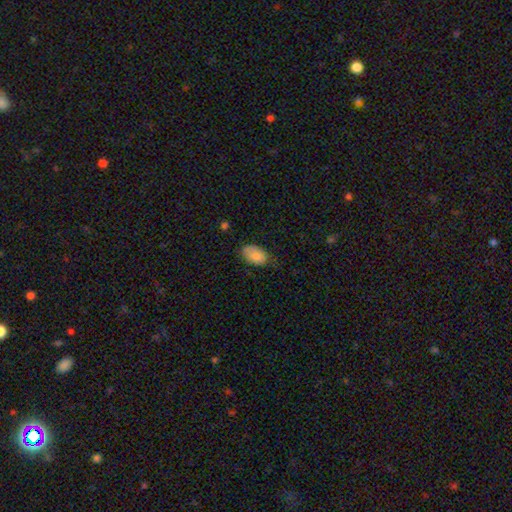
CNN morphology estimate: smooth_or_featured: smooth (p=0.80) [alt: featured or disk p=0.13]
how_rounded: in between (p=0.92) [alt: round p=0.07]
merging: none (p=0.62) [alt: minor disturbance p=0.29]